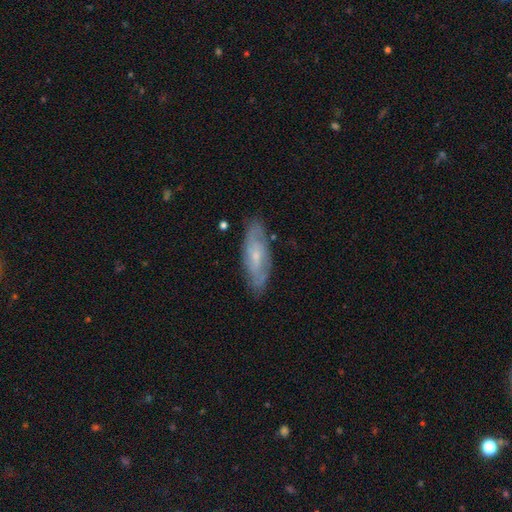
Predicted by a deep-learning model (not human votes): A featured or disk galaxy (63%). Merging: none (80%).